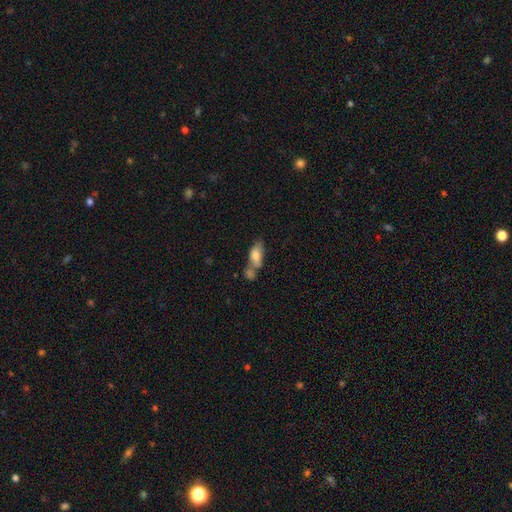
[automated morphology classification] A smooth galaxy with no disk features (74%) that is in between round and cigar-shaped (81%). Merging: merger (44%).